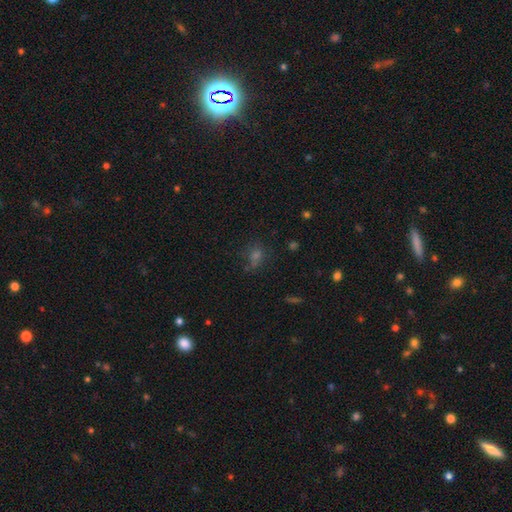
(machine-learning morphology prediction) A smooth galaxy with no disk features (50%).

Vote fractions:
- Smooth or featured? smooth: 50% / star or artifact: 37% / featured or disk: 13%
- Merging? none: 66% / minor disturbance: 18% / major disturbance: 11% / merger: 5%